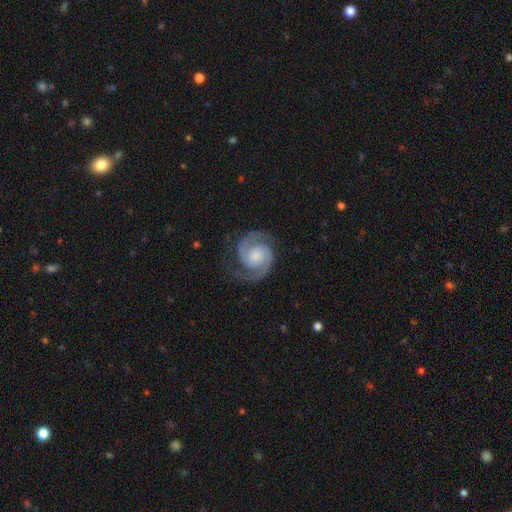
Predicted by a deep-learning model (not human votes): Smooth or featured? featured or disk (92%)
Edge-on disk? no (98%)
Bar? no (67%)
Spiral arms? yes (99%)
Spiral winding? medium (47%)
Spiral arm count? 2 (94%)
Bulge size? moderate (38%)
Merging? none (79%)